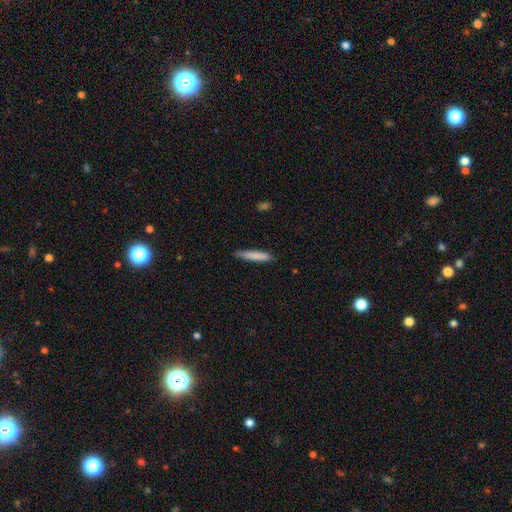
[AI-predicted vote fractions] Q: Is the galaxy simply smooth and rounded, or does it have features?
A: smooth — 82%.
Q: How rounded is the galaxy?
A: cigar-shaped — 92%.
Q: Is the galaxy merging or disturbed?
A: none — 85%.